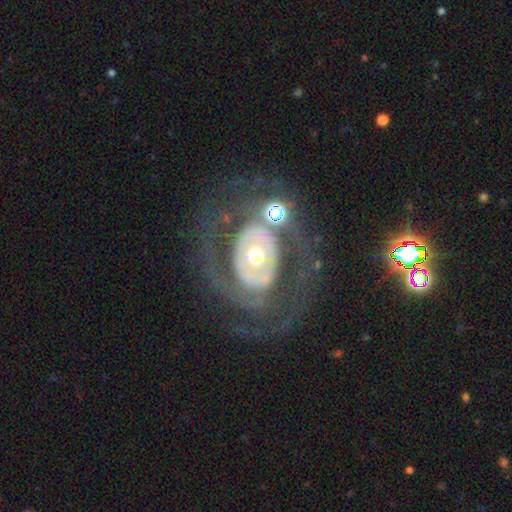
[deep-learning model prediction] smooth_or_featured: featured or disk (p=0.78) [alt: smooth p=0.16]
disk_edge_on: no (p=0.96) [alt: yes p=0.04]
bar: no (p=0.73) [alt: weak p=0.17]
has_spiral_arms: yes (p=0.52) [alt: no p=0.48]
bulge_size: moderate (p=0.63) [alt: small p=0.27]
merging: none (p=0.65) [alt: major disturbance p=0.17]